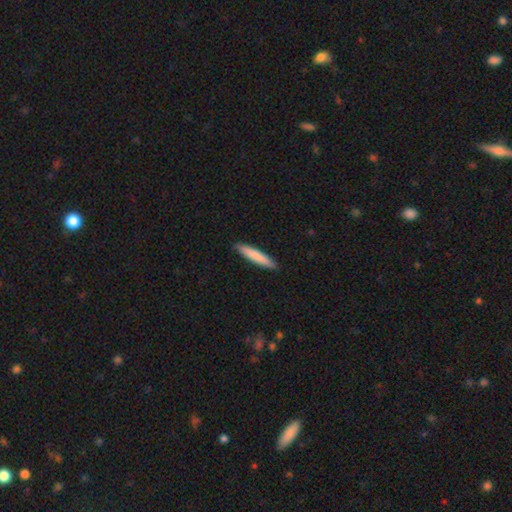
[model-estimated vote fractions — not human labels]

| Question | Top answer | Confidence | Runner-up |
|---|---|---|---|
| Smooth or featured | smooth | 81% | featured or disk (14%) |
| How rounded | cigar-shaped | 92% | in between (7%) |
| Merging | none | 91% | minor disturbance (7%) |